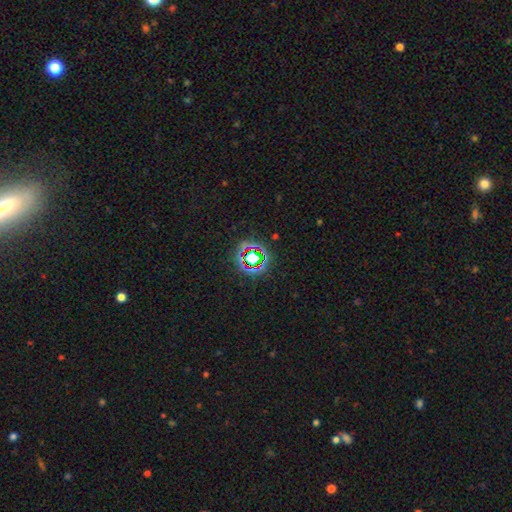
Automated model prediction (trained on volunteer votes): Morphology: type=star or artifact (71%).